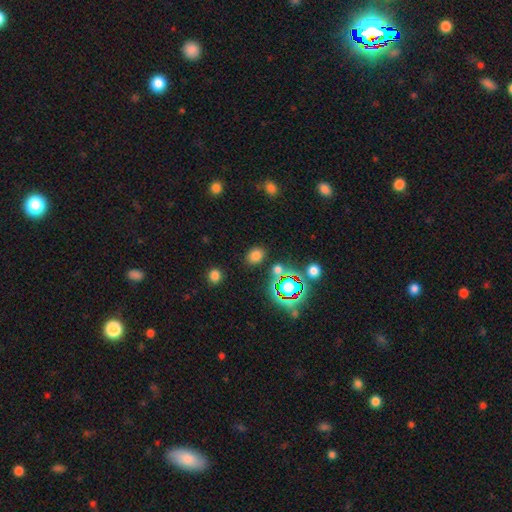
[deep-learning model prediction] Q: Smooth or featured?
A: smooth (73%); runner-up: star or artifact (21%)
Q: How rounded?
A: in between (66%); runner-up: round (32%)
Q: Merging?
A: none (83%); runner-up: minor disturbance (10%)